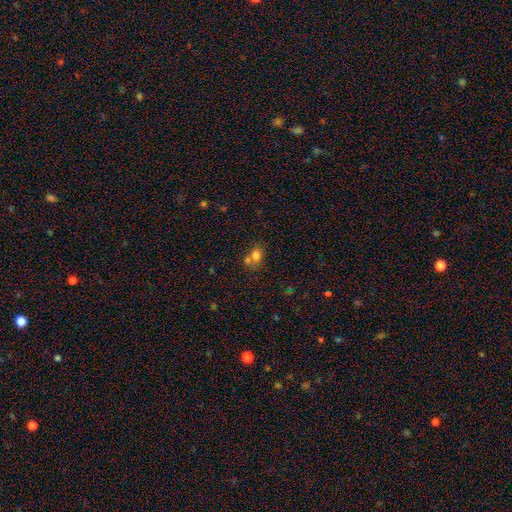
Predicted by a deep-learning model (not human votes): smooth-or-featured: smooth: 76% | star or artifact: 13% | featured or disk: 12%
  how-rounded: round: 54% | in between: 45% | cigar-shaped: 1%
  merging: merger: 43% | none: 41% | minor disturbance: 12% | major disturbance: 4%